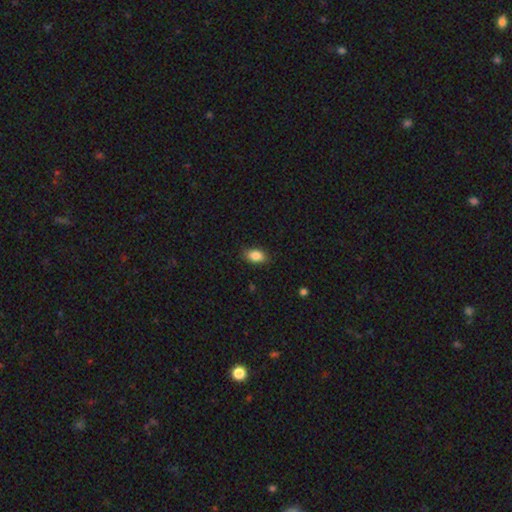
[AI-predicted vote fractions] Morphology: type=smooth (86%); roundness=in between (89%); merging=none (86%).